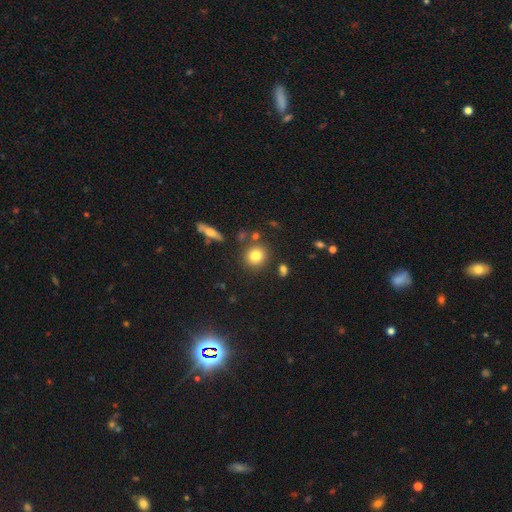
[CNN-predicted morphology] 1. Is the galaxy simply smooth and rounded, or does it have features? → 80% smooth, 11% star or artifact, 9% featured or disk.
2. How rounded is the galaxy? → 85% round, 14% in between, 1% cigar-shaped.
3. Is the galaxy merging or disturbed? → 82% none, 8% minor disturbance, 6% merger, 3% major disturbance.